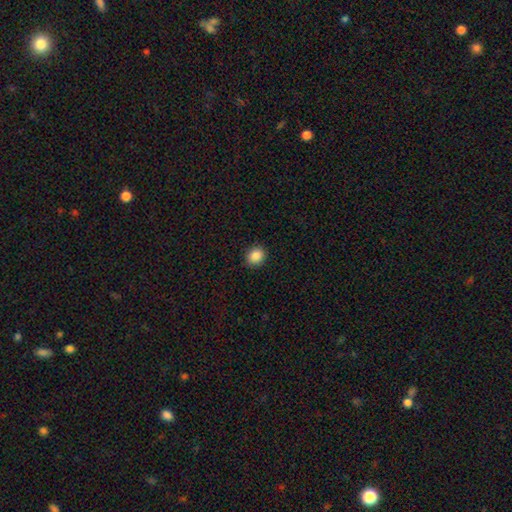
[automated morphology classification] The model was most divided on "how rounded": round: 75%, in between: 24%, cigar-shaped: 1%. More confident: merging — none (91%); smooth or featured — smooth (87%).